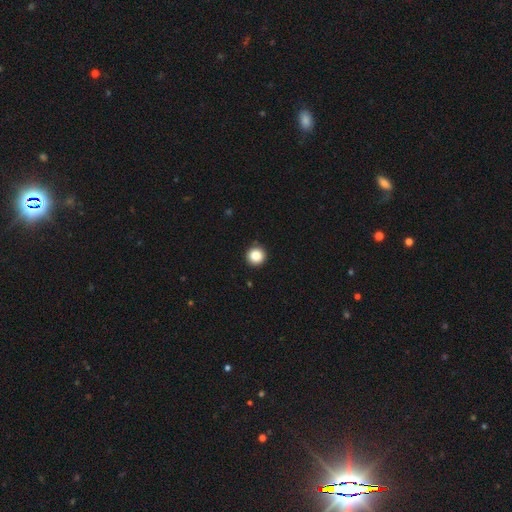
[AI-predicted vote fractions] The model was most divided on "smooth or featured": smooth: 86%, star or artifact: 10%, featured or disk: 4%. More confident: how rounded — round (96%); merging — none (92%).